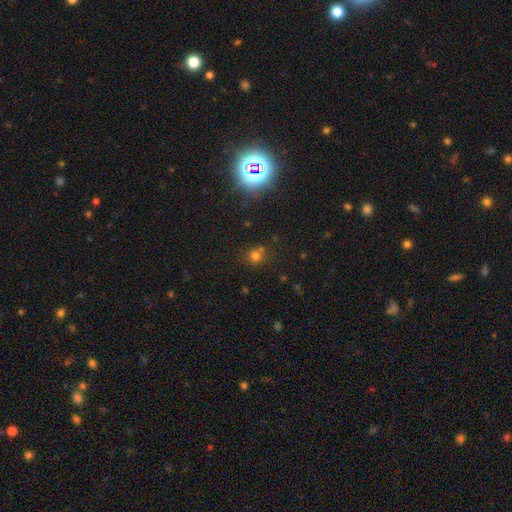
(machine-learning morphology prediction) A smooth galaxy with no disk features (68%) that is round (81%).

Vote fractions:
- Smooth or featured? smooth: 68% / star or artifact: 24% / featured or disk: 8%
- How rounded? round: 81% / in between: 17% / cigar-shaped: 1%
- Merging? none: 64% / merger: 19% / minor disturbance: 12% / major disturbance: 5%